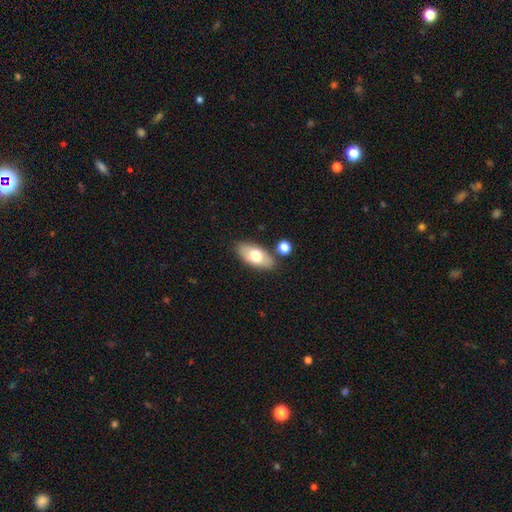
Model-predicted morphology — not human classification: A smooth galaxy with no disk features (70%) that is in between round and cigar-shaped (91%).

Vote fractions:
- Smooth or featured? smooth: 70% / featured or disk: 23% / star or artifact: 7%
- How rounded? in between: 91% / cigar-shaped: 6% / round: 3%
- Merging? none: 80% / minor disturbance: 11% / merger: 7% / major disturbance: 3%